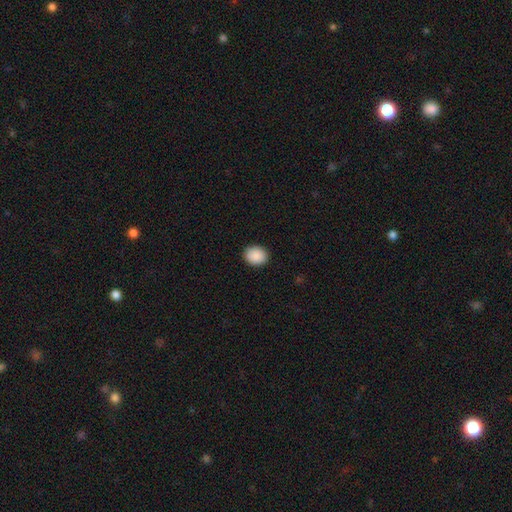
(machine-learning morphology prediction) A smooth galaxy with no disk features (90%) that is round (58%). Merging: none (91%).